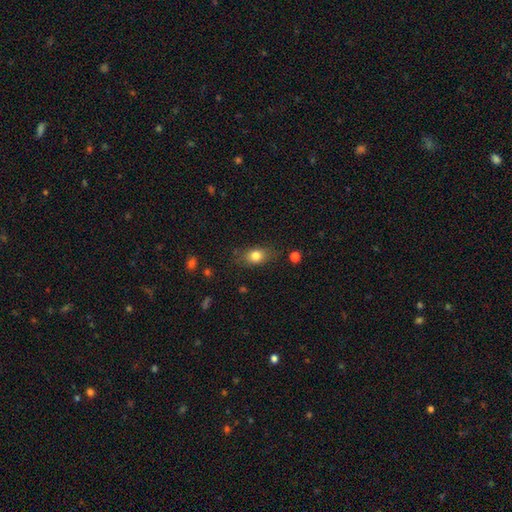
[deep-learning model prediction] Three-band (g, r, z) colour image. It shows a smooth galaxy with no disk features (80%) that is in between round and cigar-shaped (70%). Merging: none (77%).